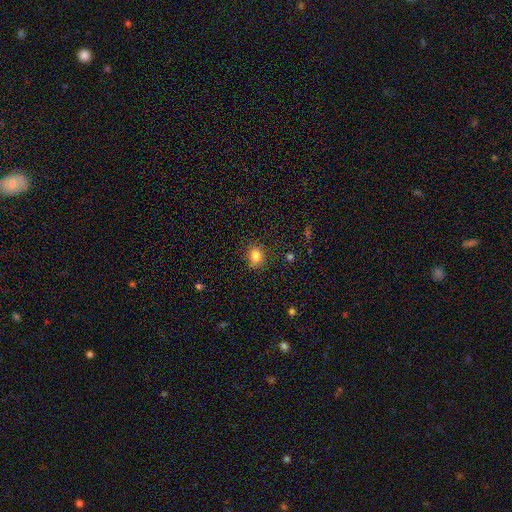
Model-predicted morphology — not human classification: This appears to be a smooth galaxy with no disk features (81%) that is round (67%). Merging: none (82%).